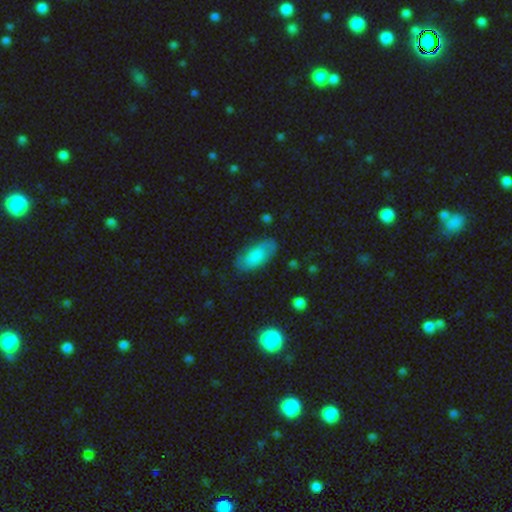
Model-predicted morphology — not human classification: This appears to be a smooth galaxy with no disk features (72%) that is in between round and cigar-shaped (90%). Merging: none (75%).